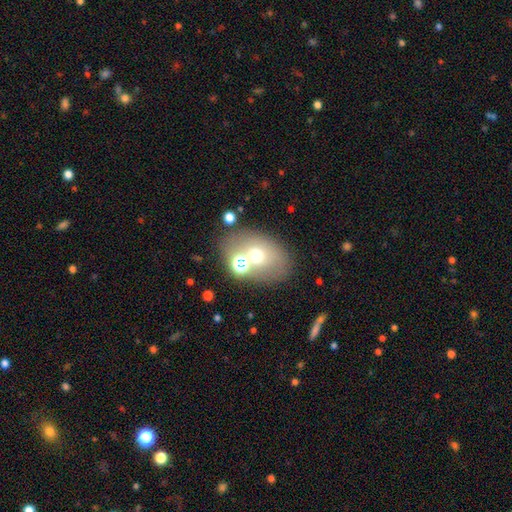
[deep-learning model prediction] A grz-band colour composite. It shows a smooth galaxy with no disk features (59%) that is in between round and cigar-shaped (63%). Merging: none (65%).